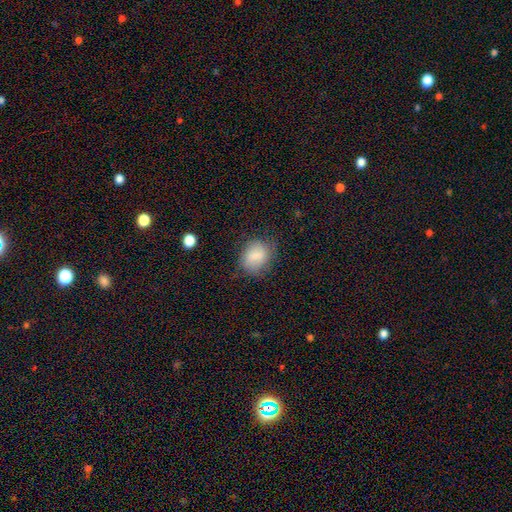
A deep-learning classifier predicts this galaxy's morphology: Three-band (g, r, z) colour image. It shows a smooth galaxy with no disk features (80%) that is round (51%). Merging: none (65%).